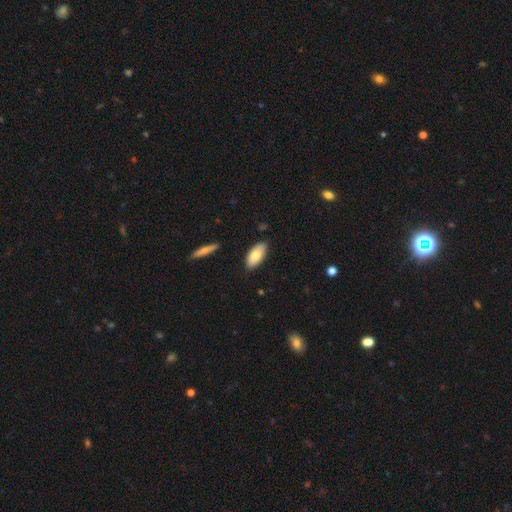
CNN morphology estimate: smooth-or-featured: smooth: 78% | featured or disk: 16% | star or artifact: 6%
  how-rounded: in between: 92% | cigar-shaped: 6% | round: 2%
  merging: none: 85% | minor disturbance: 11% | major disturbance: 2% | merger: 2%